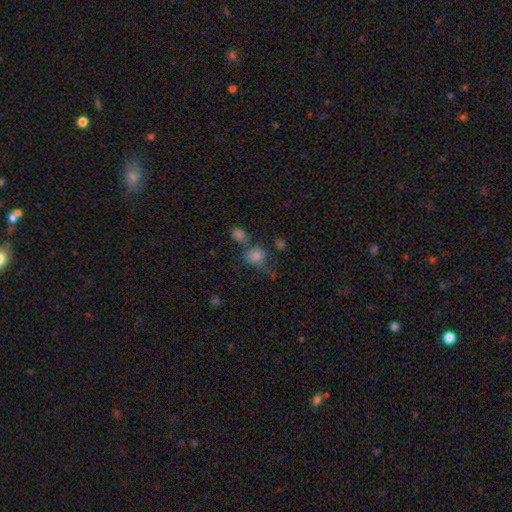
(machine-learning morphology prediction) smooth 71%, star or artifact 18%, featured or disk 11%. Down the decision tree: how rounded — round (67%); merging — none (50%).